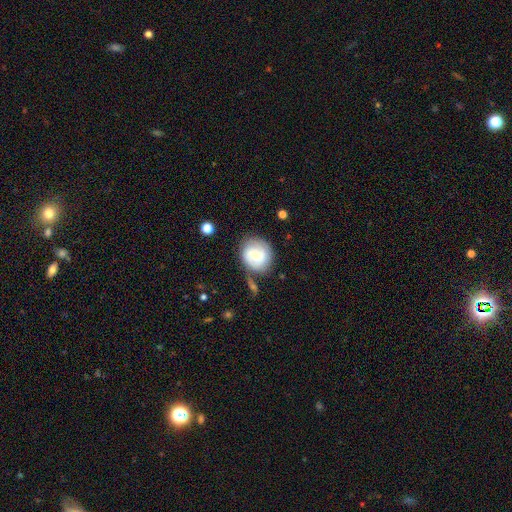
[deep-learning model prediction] smooth-or-featured: smooth: 59% | featured or disk: 33% | star or artifact: 8%
  how-rounded: round: 78% | in between: 21% | cigar-shaped: 1%
  merging: none: 60% | minor disturbance: 21% | major disturbance: 10% | merger: 9%